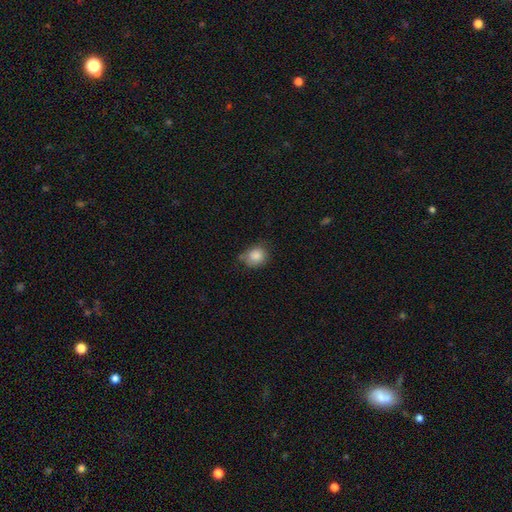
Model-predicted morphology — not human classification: smooth-or-featured: smooth: 86% | star or artifact: 9% | featured or disk: 5%
  how-rounded: round: 70% | in between: 29% | cigar-shaped: 1%
  merging: none: 62% | minor disturbance: 28% | major disturbance: 6% | merger: 4%